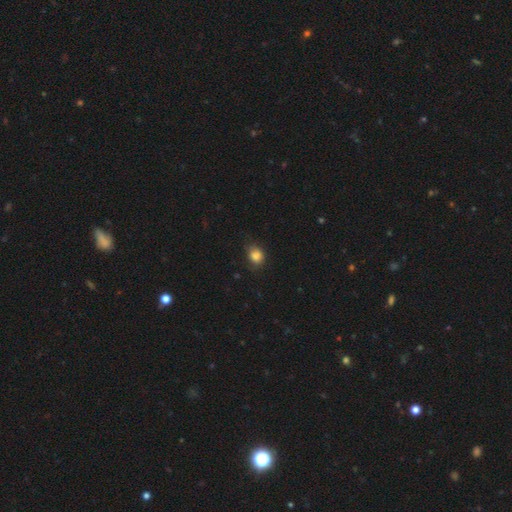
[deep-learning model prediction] Q: Smooth or featured?
A: smooth (85%); runner-up: star or artifact (10%)
Q: How rounded?
A: round (59%); runner-up: in between (40%)
Q: Merging?
A: none (70%); runner-up: minor disturbance (23%)